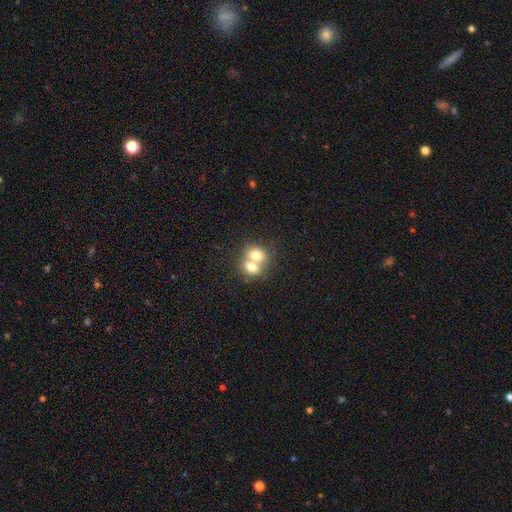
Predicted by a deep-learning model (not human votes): smooth-or-featured: smooth: 71% | featured or disk: 20% | star or artifact: 9%
  how-rounded: round: 56% | in between: 43% | cigar-shaped: 1%
  merging: merger: 72% | none: 21% | minor disturbance: 5% | major disturbance: 2%